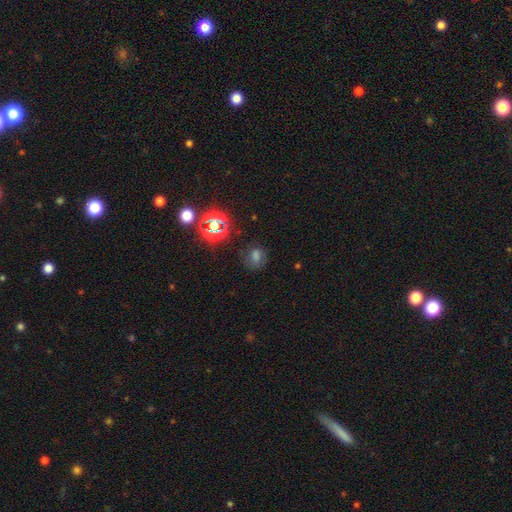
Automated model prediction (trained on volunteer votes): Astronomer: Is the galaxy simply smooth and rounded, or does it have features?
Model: smooth — 59%.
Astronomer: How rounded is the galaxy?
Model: round — 60% (runner-up: in between, 38%).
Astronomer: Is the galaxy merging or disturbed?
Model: none — 68%.